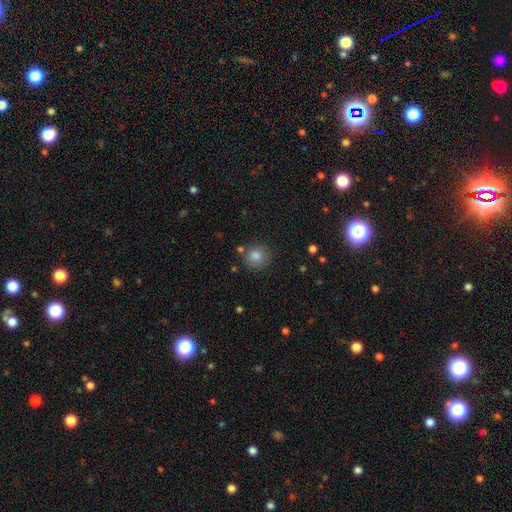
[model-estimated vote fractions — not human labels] Smooth or featured? Predicted: smooth (p=0.84). How rounded? Predicted: round (p=0.89). Merging? Predicted: none (p=0.80).